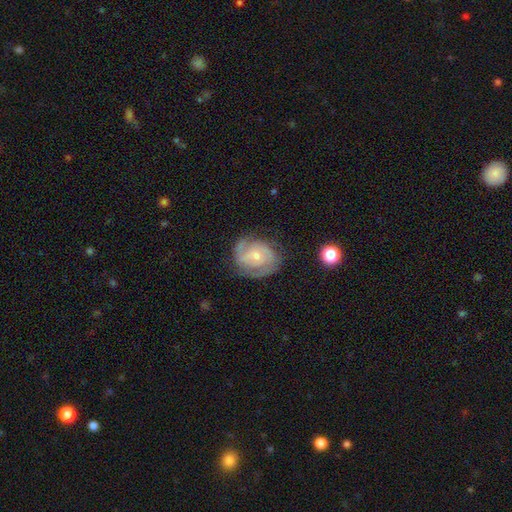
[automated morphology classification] smooth_or_featured: featured or disk (p=0.78) [alt: smooth p=0.16]
disk_edge_on: no (p=0.97) [alt: yes p=0.03]
bar: no (p=0.59) [alt: weak p=0.33]
has_spiral_arms: yes (p=0.90) [alt: no p=0.10]
spiral_winding: tight (p=0.49) [alt: medium p=0.39]
spiral_arm_count: 2 (p=0.55) [alt: can't tell p=0.22]
bulge_size: small (p=0.65) [alt: moderate p=0.31]
merging: none (p=0.65) [alt: minor disturbance p=0.22]